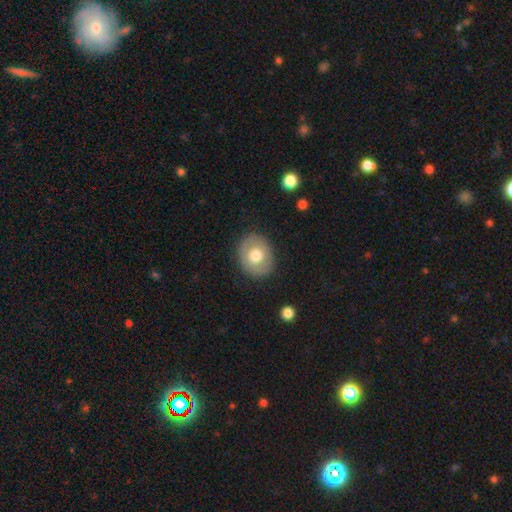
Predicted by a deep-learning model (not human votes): smooth-or-featured: smooth: 67% | featured or disk: 26% | star or artifact: 7%
  how-rounded: round: 59% | in between: 40% | cigar-shaped: 1%
  merging: none: 87% | minor disturbance: 9% | major disturbance: 3% | merger: 1%